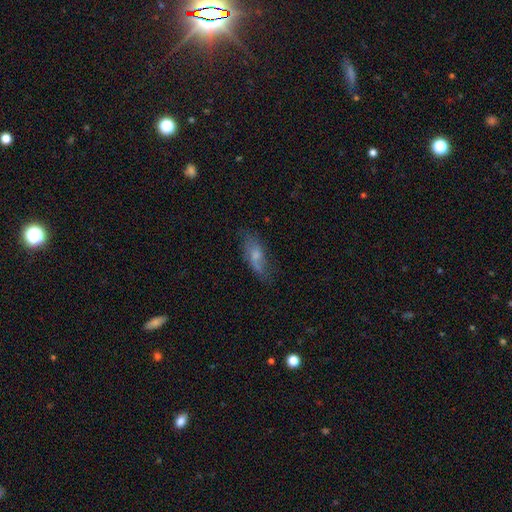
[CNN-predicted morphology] Smooth or featured?
  - smooth: 49% *
  - featured or disk: 42%
  - star or artifact: 8%
Merging?
  - none: 61% *
  - minor disturbance: 26%
  - major disturbance: 10%
  - merger: 2%